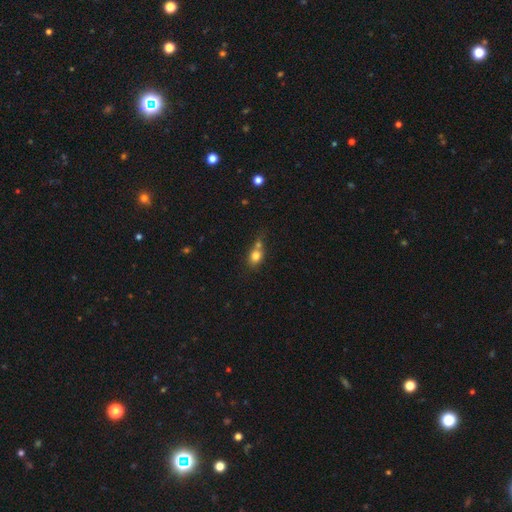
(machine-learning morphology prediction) A smooth galaxy with no disk features (77%) that is round (51%).

Vote fractions:
- Smooth or featured? smooth: 77% / featured or disk: 12% / star or artifact: 11%
- How rounded? round: 51% / in between: 46% / cigar-shaped: 3%
- Merging? merger: 42% / none: 37% / minor disturbance: 14% / major disturbance: 7%